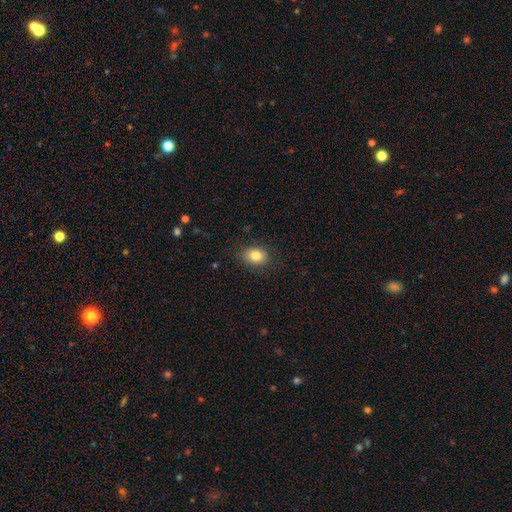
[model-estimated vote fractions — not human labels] This is clearly a smooth galaxy (83%). How rounded: likely in between (61%). Merging: clearly none (84%).